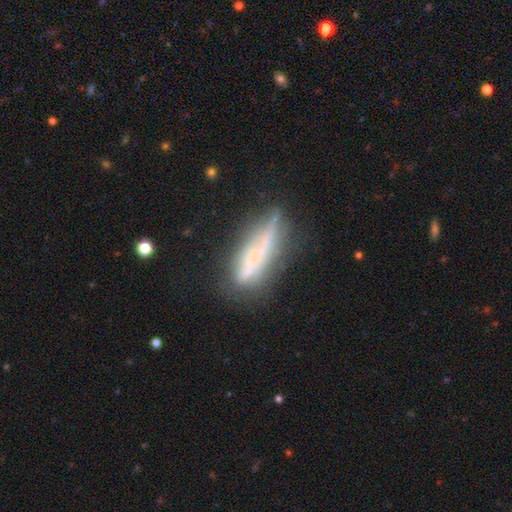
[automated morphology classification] The model was most divided on "edge-on disk": yes: 56%, no: 44%. More confident: smooth or featured — featured or disk (54%); merging — none (52%).